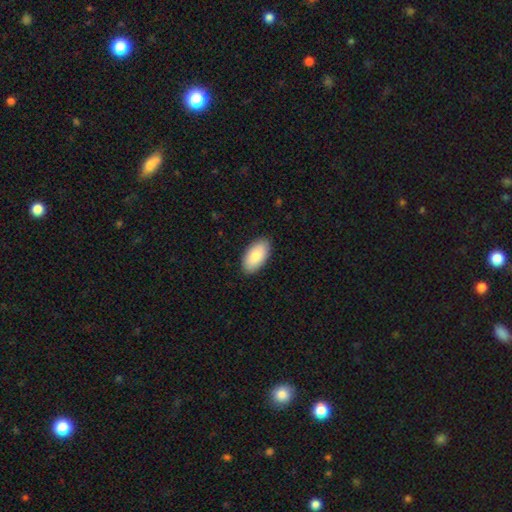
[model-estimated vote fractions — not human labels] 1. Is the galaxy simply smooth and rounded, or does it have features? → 84% smooth, 10% featured or disk, 6% star or artifact.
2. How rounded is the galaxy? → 96% in between, 2% cigar-shaped, 2% round.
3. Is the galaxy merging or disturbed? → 89% none, 8% minor disturbance, 2% major disturbance, 1% merger.